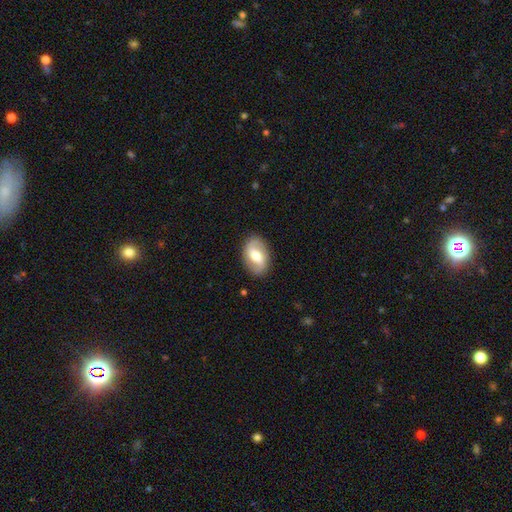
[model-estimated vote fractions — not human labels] smooth_or_featured: featured or disk (p=0.60) [alt: smooth p=0.35]
disk_edge_on: no (p=0.95) [alt: yes p=0.05]
bar: weak (p=0.44) [alt: strong p=0.32]
has_spiral_arms: yes (p=0.73) [alt: no p=0.27]
bulge_size: moderate (p=0.68) [alt: small p=0.16]
merging: none (p=0.86) [alt: minor disturbance p=0.10]